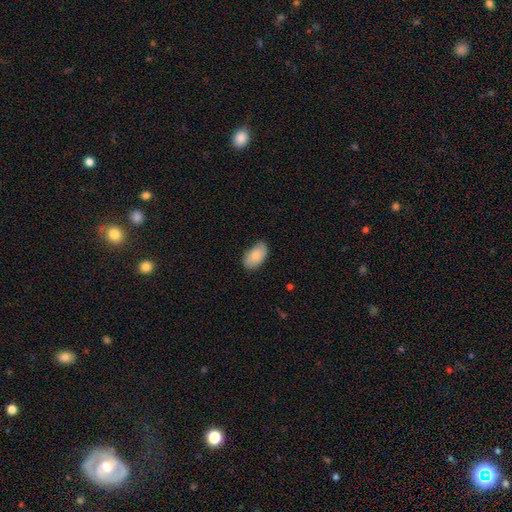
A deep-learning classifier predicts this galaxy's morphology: This is clearly a smooth galaxy (81%). How rounded: clearly in between (94%). Merging: likely none (75%).